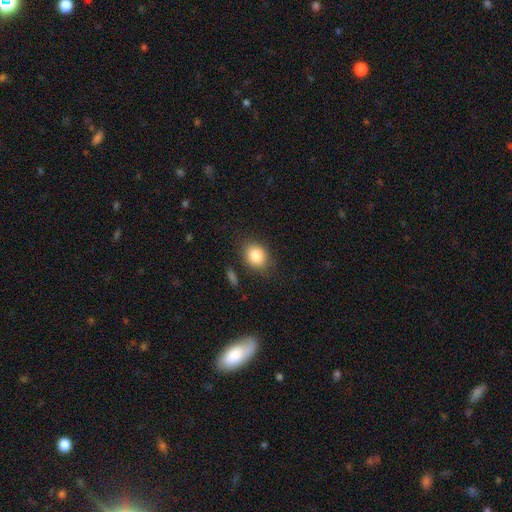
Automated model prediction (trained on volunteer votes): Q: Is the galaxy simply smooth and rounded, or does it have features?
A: smooth — 84%.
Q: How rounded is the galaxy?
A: round — 55%.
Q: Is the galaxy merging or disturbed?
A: none — 81%.